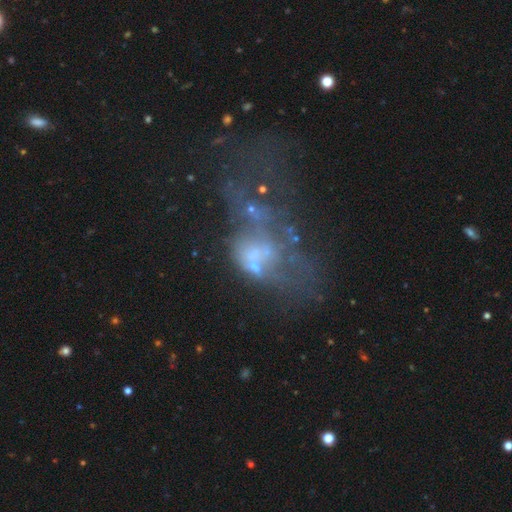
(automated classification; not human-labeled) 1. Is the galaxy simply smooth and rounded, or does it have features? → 51% featured or disk, 25% smooth, 23% star or artifact.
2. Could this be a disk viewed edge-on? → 96% no, 4% yes.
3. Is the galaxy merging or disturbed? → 39% major disturbance, 34% merger, 17% none, 10% minor disturbance.